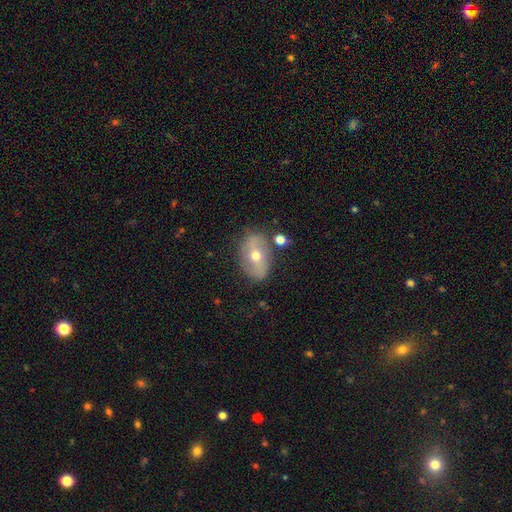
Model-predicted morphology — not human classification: type=featured or disk (57%); edge-on=no (92%); bar=no (42%); spiral arms=yes (51%); bulge=moderate (64%); merging=none (77%).